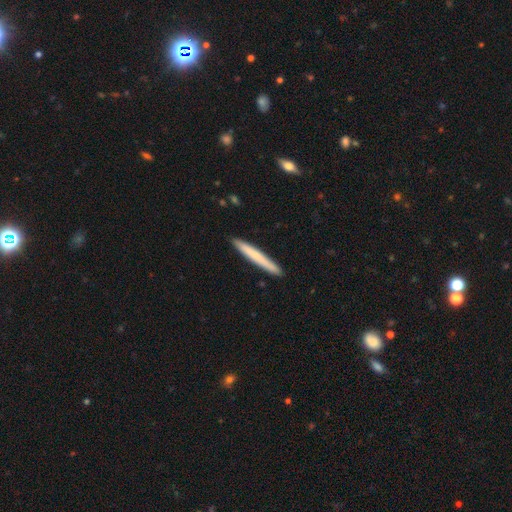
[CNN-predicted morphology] A smooth galaxy with no disk features (66%) that is cigar-shaped (97%). Merging: none (91%).